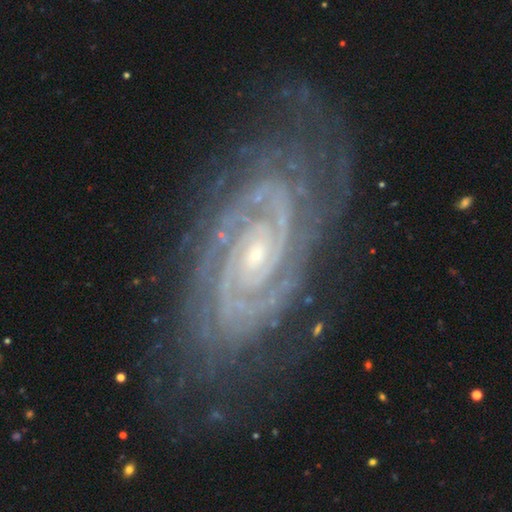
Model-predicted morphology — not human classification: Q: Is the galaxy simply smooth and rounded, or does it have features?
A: featured or disk — 93%.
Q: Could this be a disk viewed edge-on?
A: no — 97%.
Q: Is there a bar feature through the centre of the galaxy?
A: no — 64%.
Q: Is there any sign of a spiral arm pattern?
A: yes — 99%.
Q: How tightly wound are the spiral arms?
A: tight — 81%.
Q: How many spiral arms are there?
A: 2 — 66%.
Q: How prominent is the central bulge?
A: small — 78%.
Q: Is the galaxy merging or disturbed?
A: none — 75%.